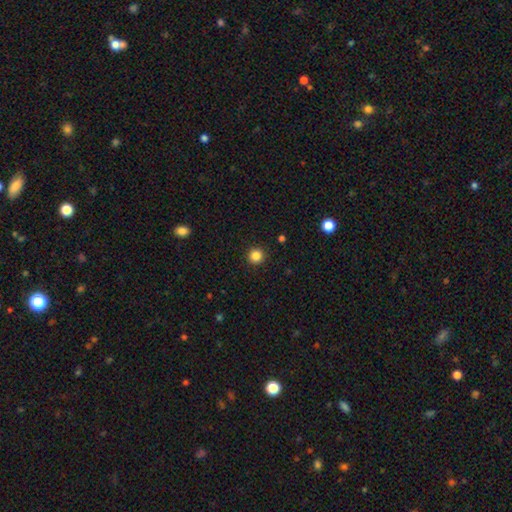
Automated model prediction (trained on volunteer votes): Smooth or featured: smooth — 85% (star or artifact — 12%)
How rounded: round — 94% (in between — 5%)
Merging: none — 92% (minor disturbance — 5%)